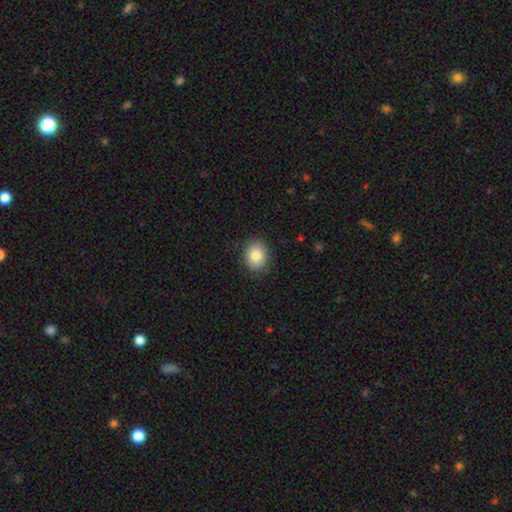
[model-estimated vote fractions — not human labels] The model was most divided on "how rounded": round: 52%, in between: 47%, cigar-shaped: 1%. More confident: merging — none (88%); smooth or featured — smooth (84%).